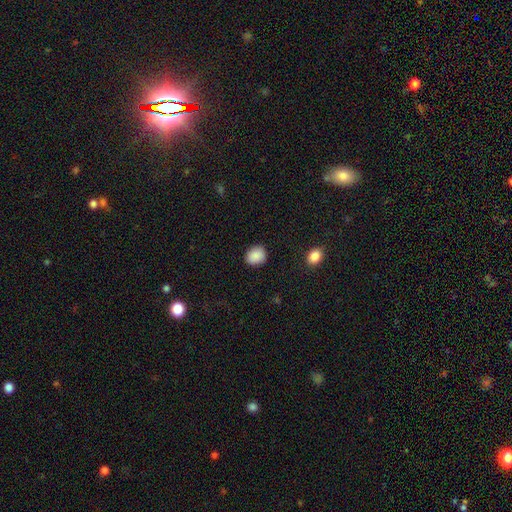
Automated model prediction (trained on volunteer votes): Overall: smooth (89%). How rounded: round (58%; in between 41%). Merging: none (87%).